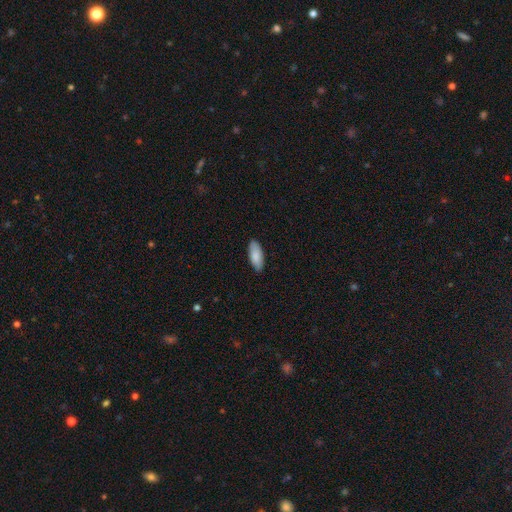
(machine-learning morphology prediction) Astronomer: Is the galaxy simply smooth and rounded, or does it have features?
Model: smooth — 88%.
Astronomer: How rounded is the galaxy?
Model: in between — 81%.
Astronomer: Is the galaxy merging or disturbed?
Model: none — 89%.